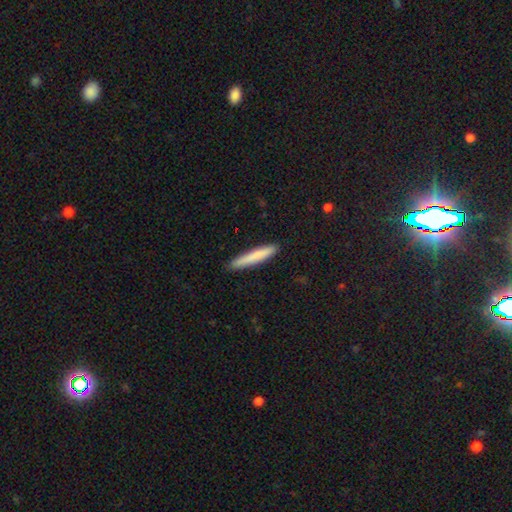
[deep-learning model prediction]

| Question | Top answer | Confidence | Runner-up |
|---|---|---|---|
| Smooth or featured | smooth | 79% | featured or disk (15%) |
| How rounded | cigar-shaped | 94% | in between (5%) |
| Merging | none | 90% | minor disturbance (8%) |